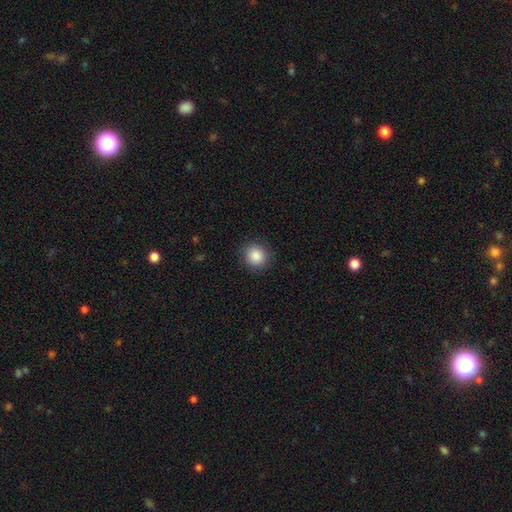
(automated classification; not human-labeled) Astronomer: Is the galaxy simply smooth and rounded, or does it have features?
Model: smooth — 87%.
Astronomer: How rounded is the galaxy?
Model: round — 90%.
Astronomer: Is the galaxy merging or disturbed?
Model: none — 90%.